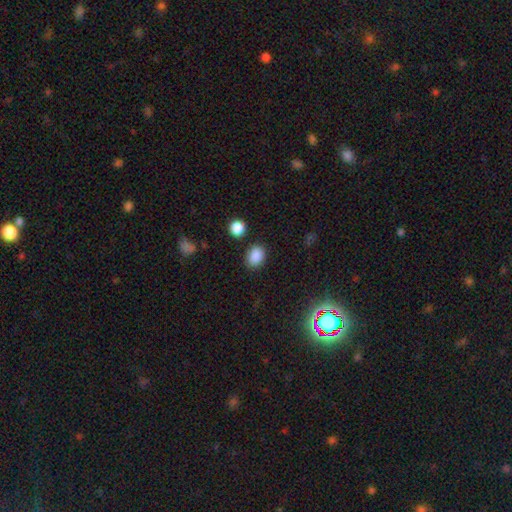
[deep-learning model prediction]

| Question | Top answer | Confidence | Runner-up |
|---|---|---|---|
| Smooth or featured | smooth | 87% | star or artifact (10%) |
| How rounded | in between | 60% | round (39%) |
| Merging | none | 82% | minor disturbance (12%) |